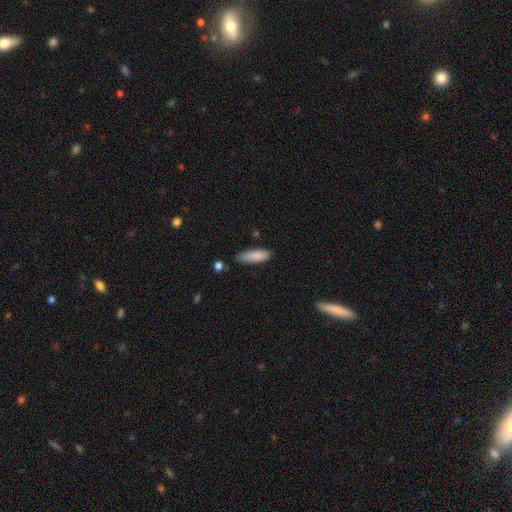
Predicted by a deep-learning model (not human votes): Smooth or featured? Predicted: smooth (p=0.87). How rounded? Predicted: in between (p=0.56). Merging? Predicted: none (p=0.77).